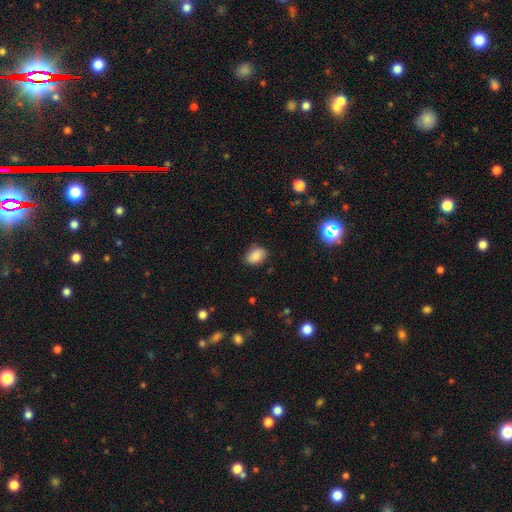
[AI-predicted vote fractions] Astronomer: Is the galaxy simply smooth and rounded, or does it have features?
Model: smooth — 84%.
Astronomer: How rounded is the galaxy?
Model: in between — 78%.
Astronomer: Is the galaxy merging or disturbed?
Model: none — 80%.